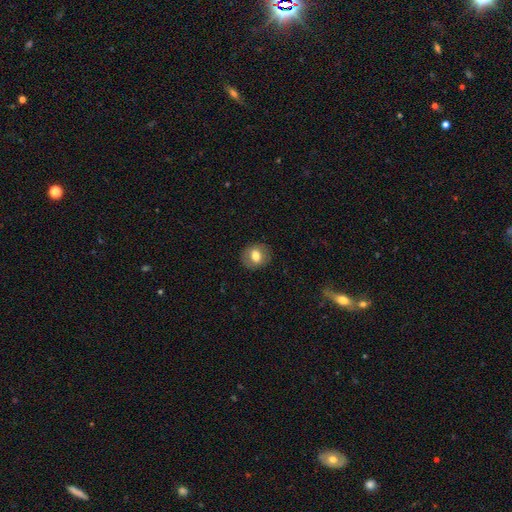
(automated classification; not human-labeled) smooth_or_featured: smooth (p=0.69) [alt: featured or disk p=0.23]
how_rounded: round (p=0.62) [alt: in between p=0.37]
merging: none (p=0.86) [alt: minor disturbance p=0.10]